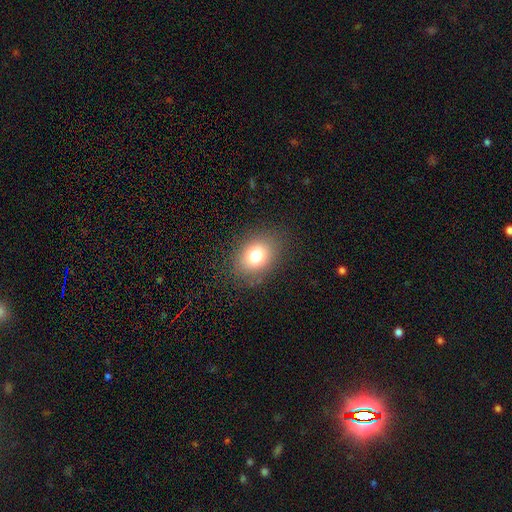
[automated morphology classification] Smooth or featured? Predicted: smooth (p=0.77). How rounded? Predicted: in between (p=0.67). Merging? Predicted: none (p=0.83).